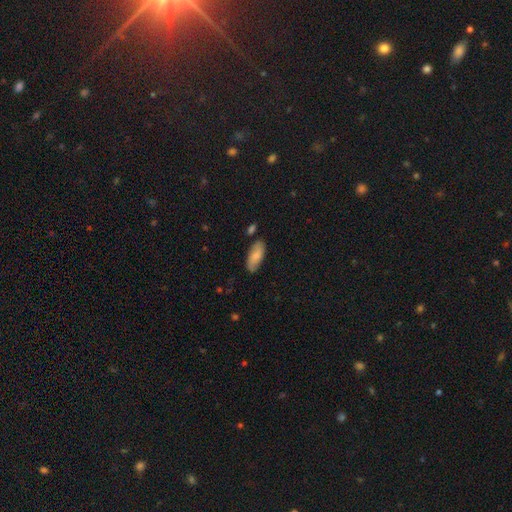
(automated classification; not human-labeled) Smooth or featured? smooth (78%)
How rounded? in between (81%)
Merging? none (79%)